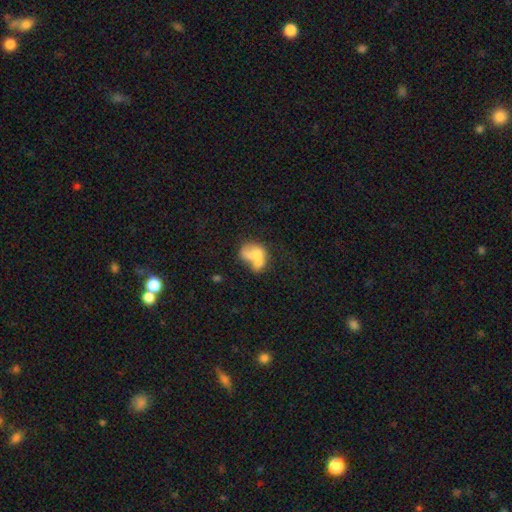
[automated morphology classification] Q: Smooth or featured?
A: smooth (61%); runner-up: featured or disk (29%)
Q: How rounded?
A: in between (70%); runner-up: round (28%)
Q: Merging?
A: merger (60%); runner-up: none (17%)